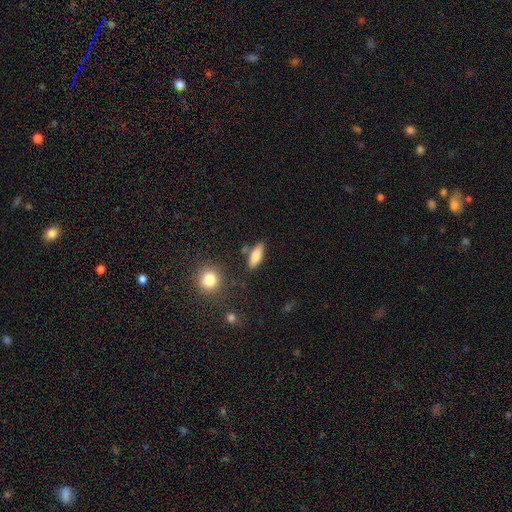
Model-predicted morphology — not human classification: Smooth or featured: smooth — 76% (featured or disk — 16%)
How rounded: in between — 58% (cigar-shaped — 39%)
Merging: none — 78% (minor disturbance — 13%)